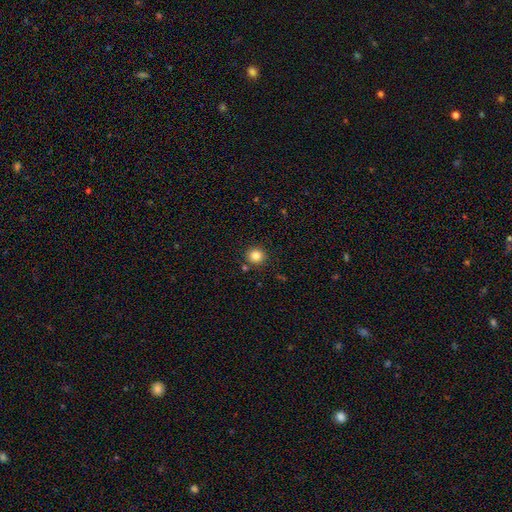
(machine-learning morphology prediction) smooth-or-featured: smooth: 84% | star or artifact: 11% | featured or disk: 5%
  how-rounded: round: 93% | in between: 6% | cigar-shaped: 1%
  merging: none: 88% | minor disturbance: 6% | merger: 4% | major disturbance: 2%